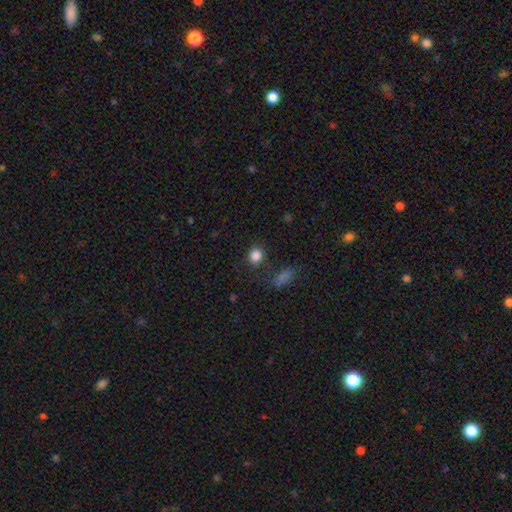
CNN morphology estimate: The model was most divided on "how rounded": round: 73%, in between: 26%, cigar-shaped: 1%. More confident: smooth or featured — smooth (84%); merging — none (78%).